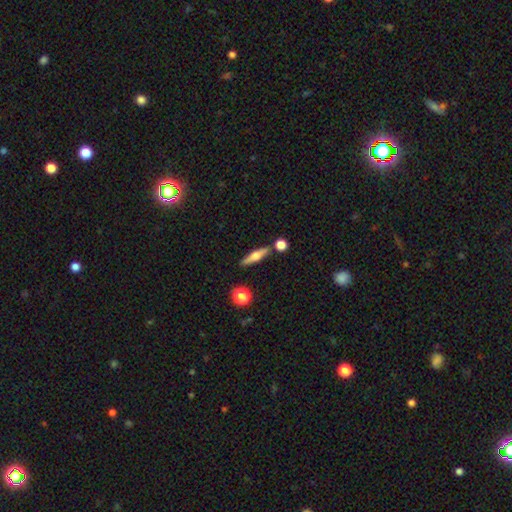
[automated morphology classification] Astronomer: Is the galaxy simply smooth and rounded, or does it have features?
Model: featured or disk — 48% (runner-up: smooth, 45%).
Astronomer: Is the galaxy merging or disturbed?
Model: none — 80%.